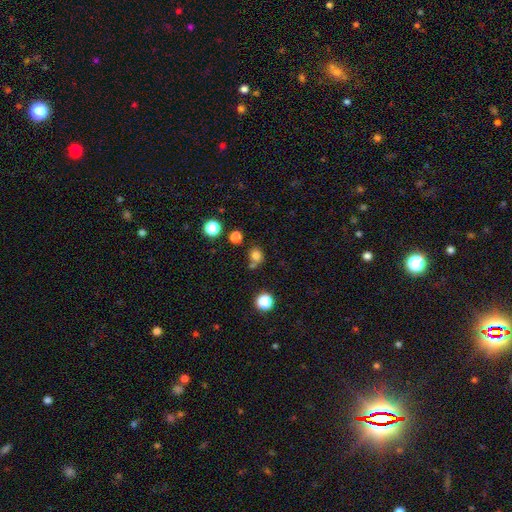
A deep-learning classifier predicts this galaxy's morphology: Smooth or featured?
  - smooth: 79% *
  - star or artifact: 15%
  - featured or disk: 6%
How rounded?
  - round: 74% *
  - in between: 25%
  - cigar-shaped: 1%
Merging?
  - none: 62% *
  - merger: 21%
  - minor disturbance: 12%
  - major disturbance: 5%